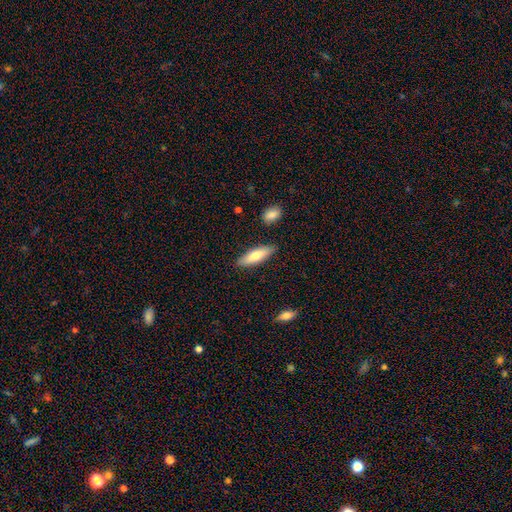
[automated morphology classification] A smooth galaxy with no disk features (73%) that is cigar-shaped (54%).

Vote fractions:
- Smooth or featured? smooth: 73% / featured or disk: 21% / star or artifact: 6%
- How rounded? cigar-shaped: 54% / in between: 44% / round: 2%
- Merging? none: 86% / minor disturbance: 9% / merger: 2% / major disturbance: 2%